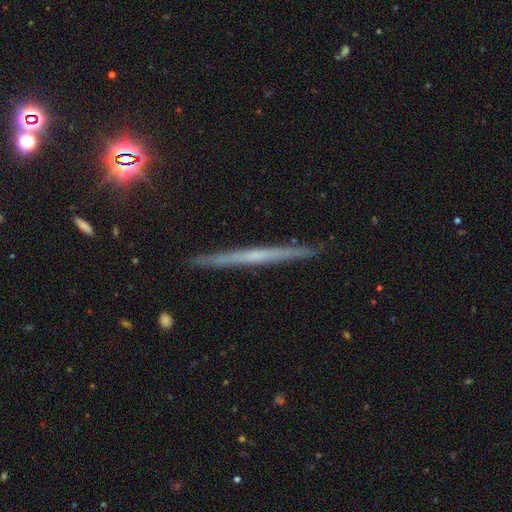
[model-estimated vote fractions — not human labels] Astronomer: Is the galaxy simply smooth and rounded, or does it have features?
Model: featured or disk — 61%.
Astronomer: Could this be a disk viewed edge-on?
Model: yes — 97%.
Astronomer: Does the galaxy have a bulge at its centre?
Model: none — 80%.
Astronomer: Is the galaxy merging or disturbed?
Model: none — 91%.